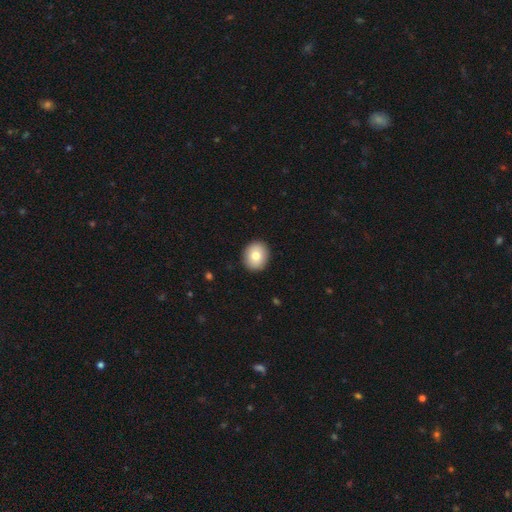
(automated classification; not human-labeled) Smooth or featured? Predicted: smooth (p=0.79). How rounded? Predicted: round (p=0.70). Merging? Predicted: none (p=0.91).